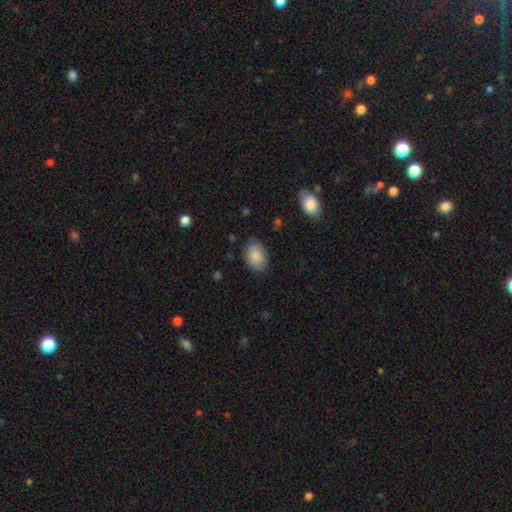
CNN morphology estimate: This appears to be a smooth galaxy with no disk features (87%) that is in between round and cigar-shaped (83%). Merging: none (82%).